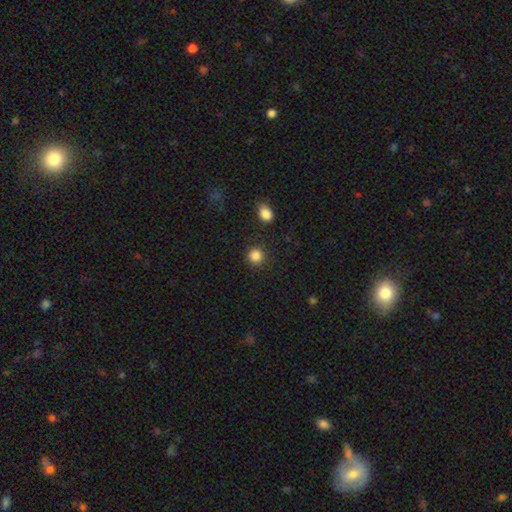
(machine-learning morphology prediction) smooth_or_featured: smooth (p=0.86) [alt: star or artifact p=0.11]
how_rounded: round (p=0.92) [alt: in between p=0.07]
merging: none (p=0.88) [alt: minor disturbance p=0.07]